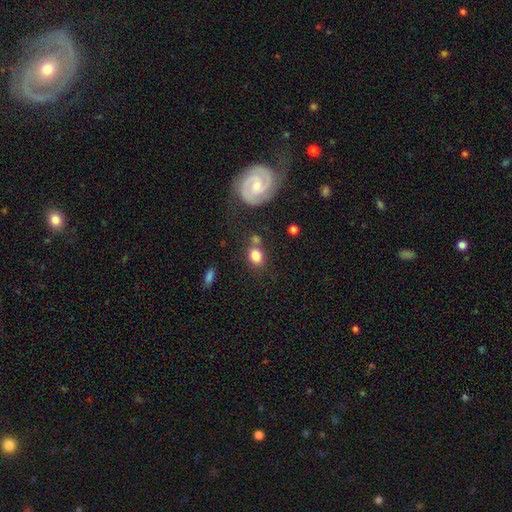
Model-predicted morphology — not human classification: Smooth or featured? Predicted: smooth (p=0.82). How rounded? Predicted: in between (p=0.60). Merging? Predicted: none (p=0.58).